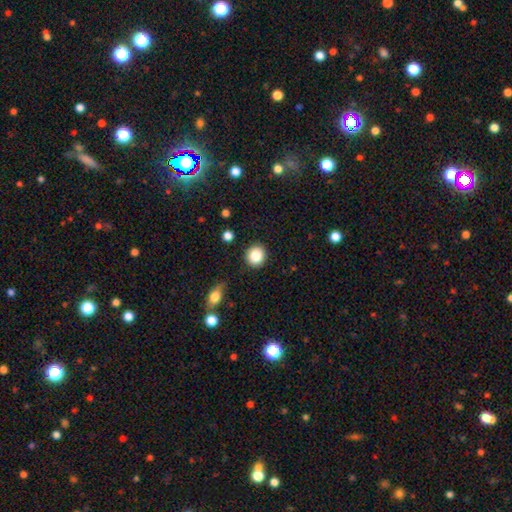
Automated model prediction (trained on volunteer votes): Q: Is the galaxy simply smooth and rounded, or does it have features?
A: smooth — 85%.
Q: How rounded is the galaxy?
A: round — 89%.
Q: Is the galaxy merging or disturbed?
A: none — 89%.